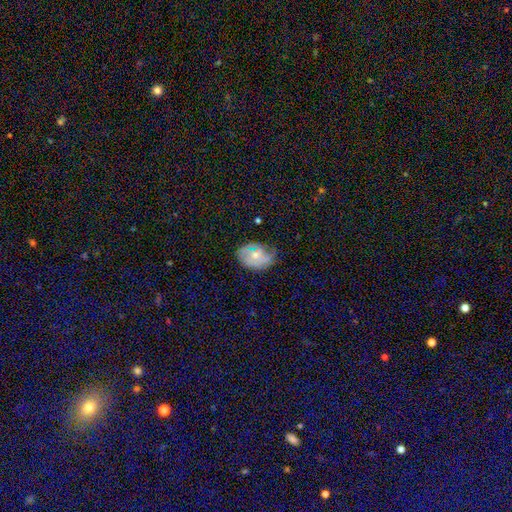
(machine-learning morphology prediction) This appears to be a featured or disk galaxy (48%). Merging: none (46%).